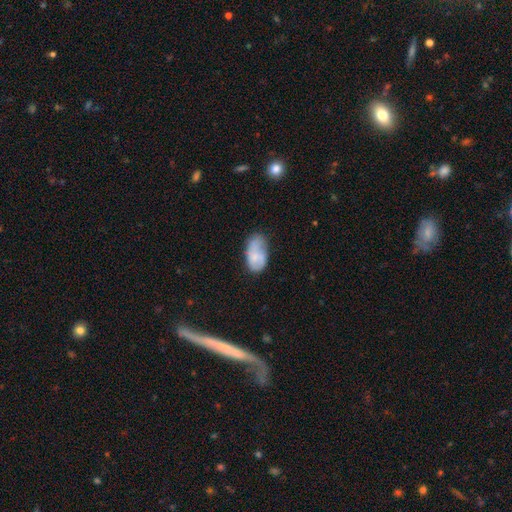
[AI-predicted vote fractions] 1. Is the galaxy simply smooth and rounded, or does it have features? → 68% smooth, 25% featured or disk, 7% star or artifact.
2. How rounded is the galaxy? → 93% in between, 5% round, 2% cigar-shaped.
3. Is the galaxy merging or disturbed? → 39% none, 38% minor disturbance, 16% major disturbance, 7% merger.